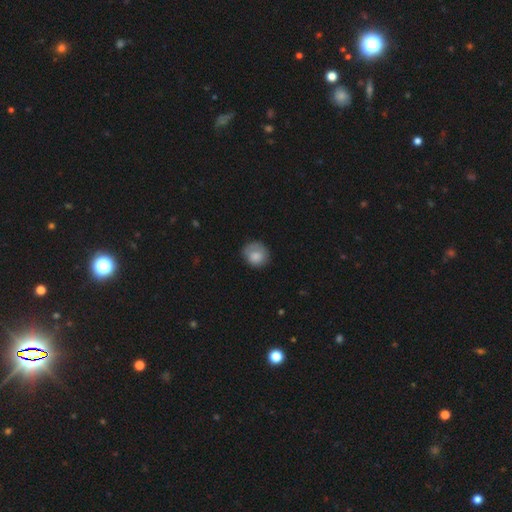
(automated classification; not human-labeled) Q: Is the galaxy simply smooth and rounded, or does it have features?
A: smooth — 79%.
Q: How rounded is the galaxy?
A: round — 78%.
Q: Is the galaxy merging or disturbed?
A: none — 63%.